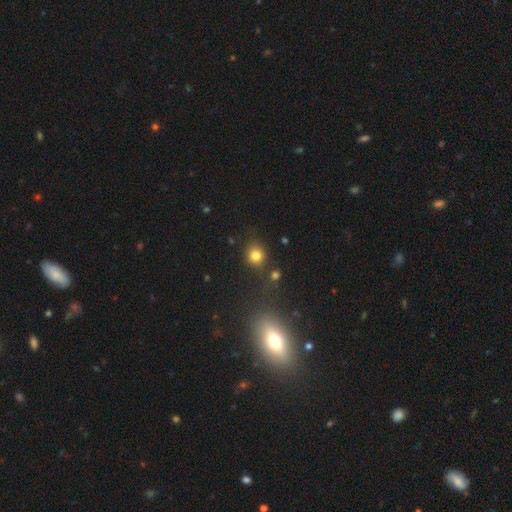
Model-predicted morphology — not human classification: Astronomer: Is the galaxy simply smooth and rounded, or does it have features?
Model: smooth — 79%.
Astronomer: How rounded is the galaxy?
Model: round — 84%.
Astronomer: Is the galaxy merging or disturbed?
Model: none — 79%.